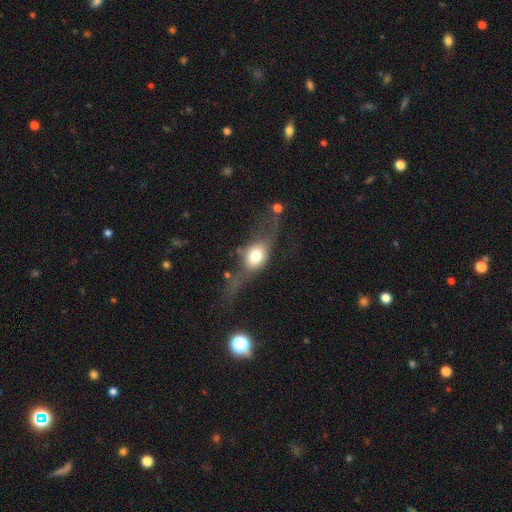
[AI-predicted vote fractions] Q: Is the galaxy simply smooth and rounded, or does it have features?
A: featured or disk — 46%.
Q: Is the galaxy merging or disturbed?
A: none — 38%.